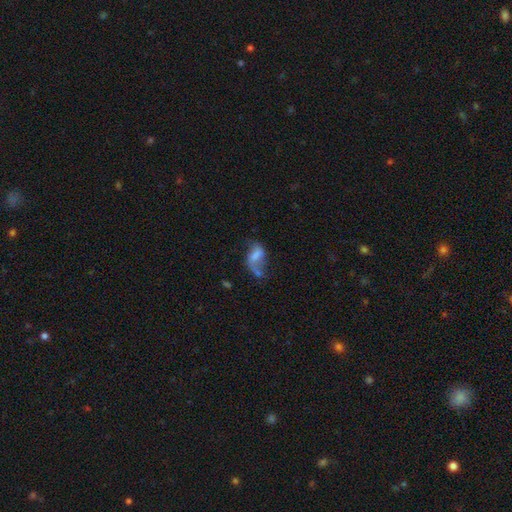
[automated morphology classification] Smooth or featured? featured or disk (53%)
Edge-on disk? no (96%)
Bar? weak (42%)
Spiral arms? yes (72%)
Bulge size? none (35%)
Merging? none (35%)